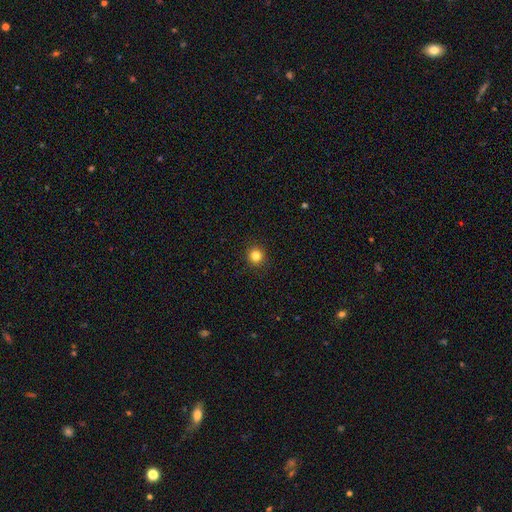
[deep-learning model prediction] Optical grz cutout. It shows a smooth galaxy with no disk features (82%) that is round (93%). Merging: none (93%).